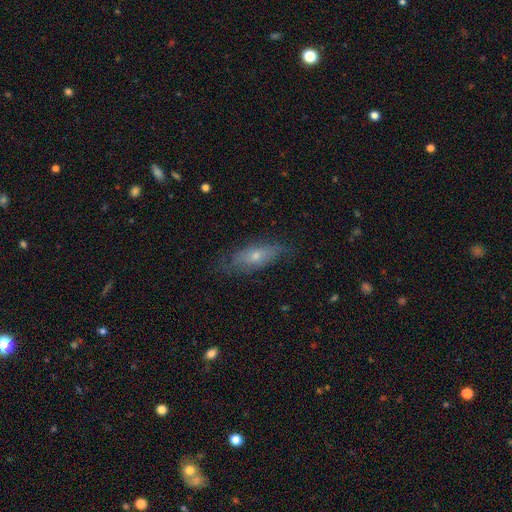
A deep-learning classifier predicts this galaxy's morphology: Smooth or featured: featured or disk — 47% (smooth — 45%)
Merging: none — 70% (minor disturbance — 22%)